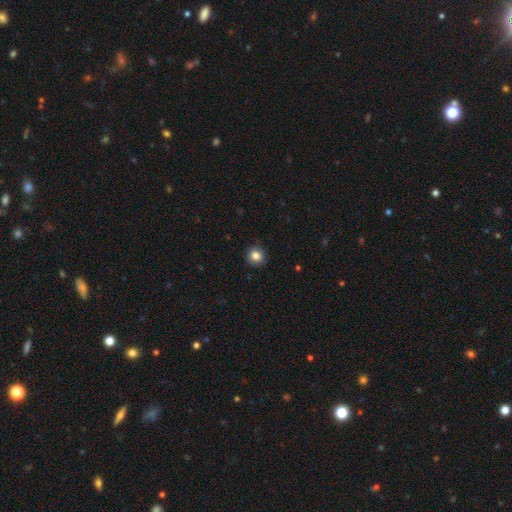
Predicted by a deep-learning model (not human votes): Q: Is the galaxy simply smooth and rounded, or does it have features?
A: smooth — 82%.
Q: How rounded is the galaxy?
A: round — 89%.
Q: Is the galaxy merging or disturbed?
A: none — 87%.